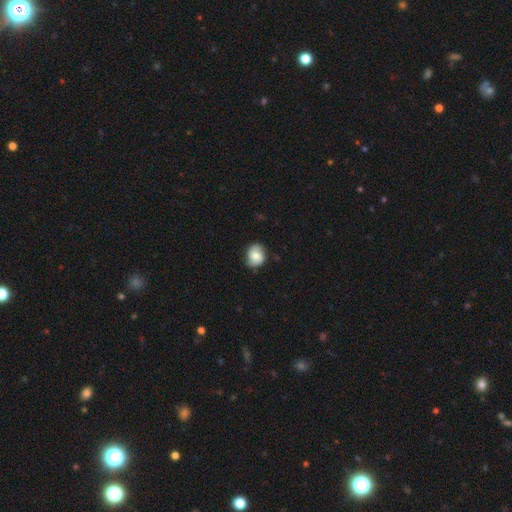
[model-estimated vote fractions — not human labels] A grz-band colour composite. It shows a smooth galaxy with no disk features (67%) that is round (65%). Merging: none (74%).